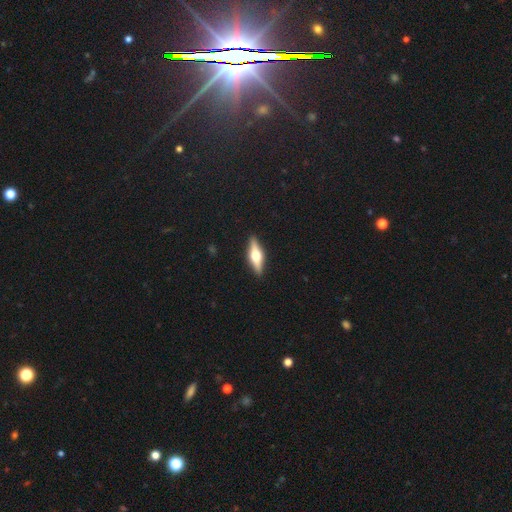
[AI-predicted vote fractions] Smooth or featured? Predicted: featured or disk (p=0.62). Edge-on disk? Predicted: yes (p=0.95). Edge-on bulge? Predicted: rounded (p=0.94). Merging? Predicted: none (p=0.90).